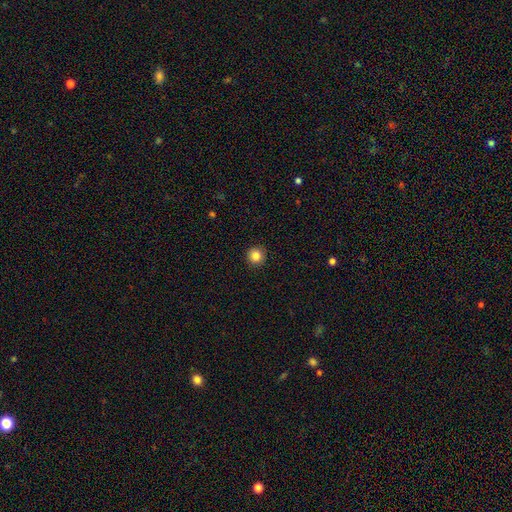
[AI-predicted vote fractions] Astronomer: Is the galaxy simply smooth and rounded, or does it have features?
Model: smooth — 84%.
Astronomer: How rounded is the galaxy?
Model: round — 96%.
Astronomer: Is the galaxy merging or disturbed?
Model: none — 93%.